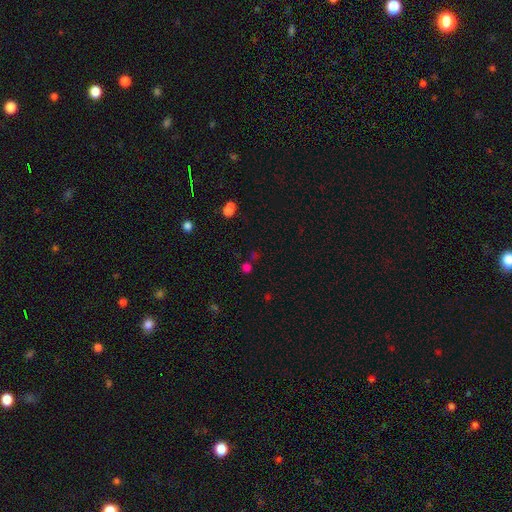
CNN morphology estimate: Q: Smooth or featured?
A: smooth (56%); runner-up: star or artifact (38%)
Q: How rounded?
A: round (85%); runner-up: in between (13%)
Q: Merging?
A: none (70%); runner-up: merger (15%)